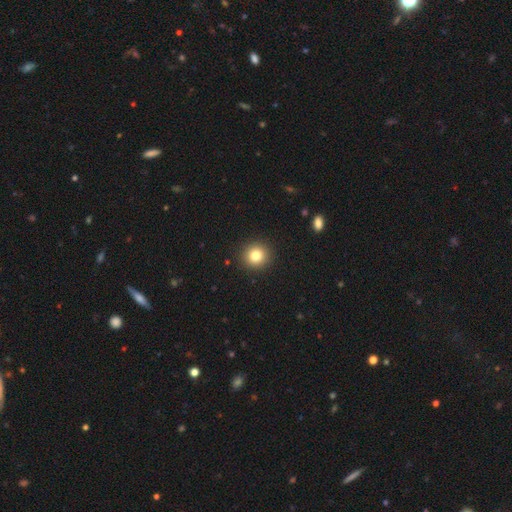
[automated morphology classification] This appears to be a smooth galaxy with no disk features (82%) that is round (92%). Merging: none (92%).